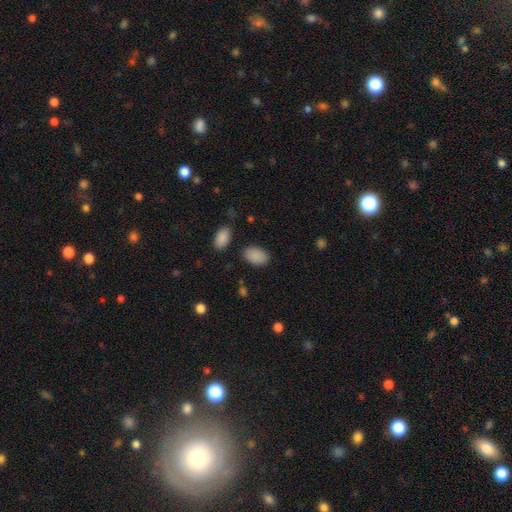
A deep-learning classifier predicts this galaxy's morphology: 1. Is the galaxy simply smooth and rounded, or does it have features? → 89% smooth, 7% star or artifact, 3% featured or disk.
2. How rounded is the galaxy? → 89% in between, 9% round, 1% cigar-shaped.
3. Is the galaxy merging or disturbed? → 85% none, 10% minor disturbance, 3% major disturbance, 2% merger.